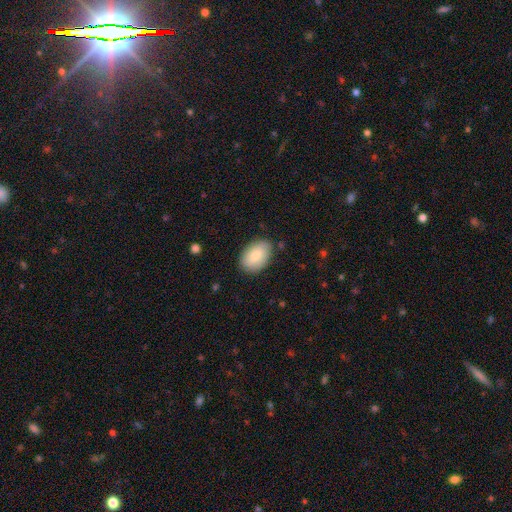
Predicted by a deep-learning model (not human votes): Morphology: type=smooth (77%); roundness=in between (85%); merging=none (83%).